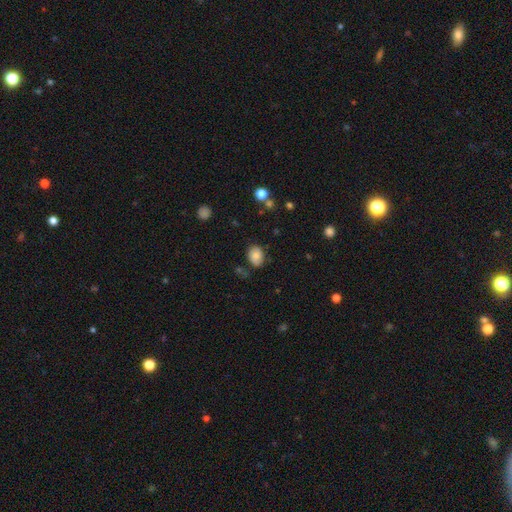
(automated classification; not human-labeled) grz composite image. It shows a smooth galaxy with no disk features (81%) that is in between round and cigar-shaped (66%). Merging: none (74%).